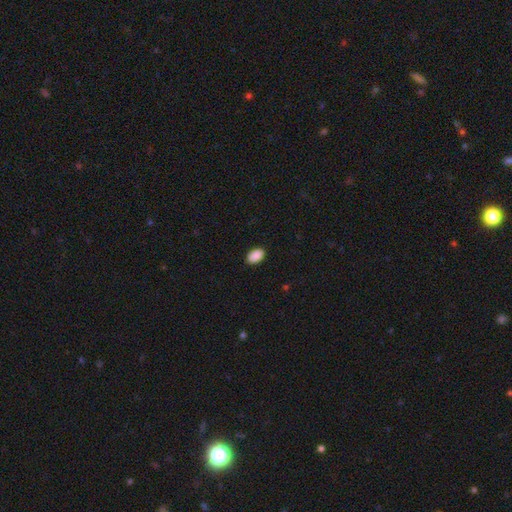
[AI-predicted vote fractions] The model was most divided on "merging": none: 89%, minor disturbance: 8%, major disturbance: 2%, merger: 1%. More confident: how rounded — in between (92%); smooth or featured — smooth (91%).